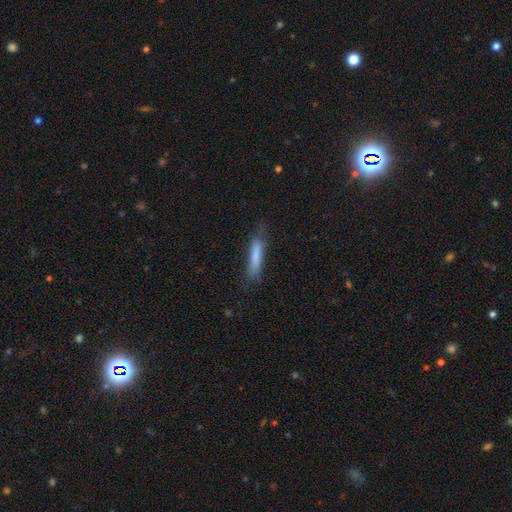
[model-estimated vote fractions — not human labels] Smooth or featured? Predicted: smooth (p=0.77). How rounded? Predicted: cigar-shaped (p=0.88). Merging? Predicted: none (p=0.72).